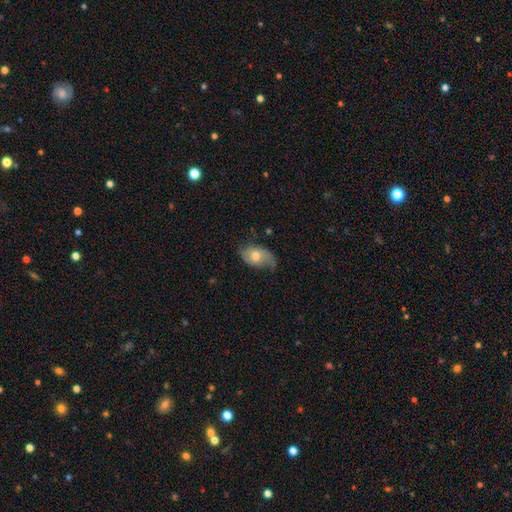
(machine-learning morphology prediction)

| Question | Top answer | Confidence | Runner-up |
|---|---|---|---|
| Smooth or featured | smooth | 54% | featured or disk (39%) |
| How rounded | in between | 89% | round (9%) |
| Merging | none | 53% | minor disturbance (33%) |